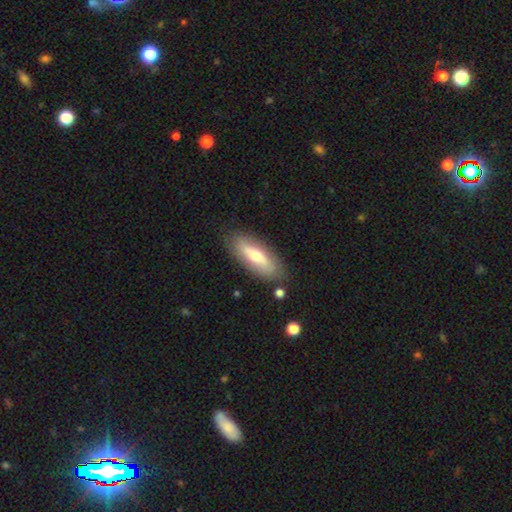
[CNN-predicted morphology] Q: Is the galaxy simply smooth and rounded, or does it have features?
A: smooth — 53%.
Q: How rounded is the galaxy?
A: in between — 69%.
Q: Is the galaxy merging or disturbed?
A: none — 82%.